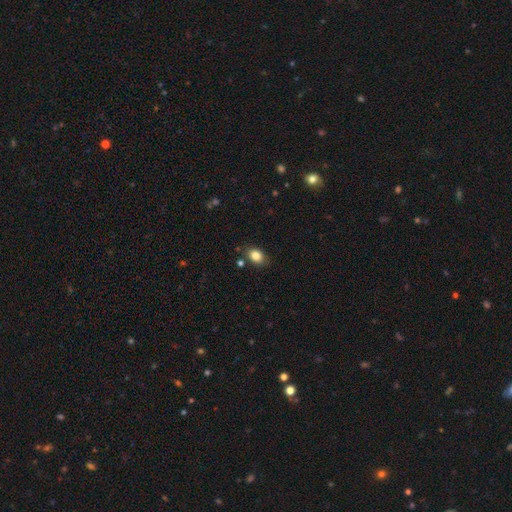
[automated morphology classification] smooth_or_featured: smooth (p=0.84) [alt: star or artifact p=0.10]
how_rounded: in between (p=0.70) [alt: round p=0.28]
merging: none (p=0.81) [alt: minor disturbance p=0.13]